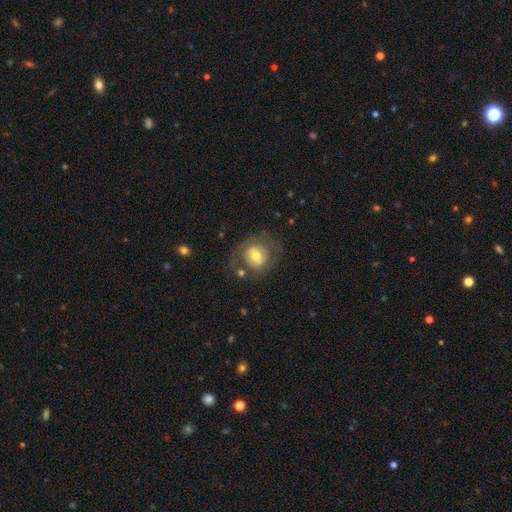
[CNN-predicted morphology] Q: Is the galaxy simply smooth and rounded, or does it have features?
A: featured or disk — 56%.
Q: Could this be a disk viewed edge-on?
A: no — 96%.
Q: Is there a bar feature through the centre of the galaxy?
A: no — 45%.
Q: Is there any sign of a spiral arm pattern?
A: yes — 52%.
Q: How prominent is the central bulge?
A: moderate — 69%.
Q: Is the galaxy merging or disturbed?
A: none — 62%.